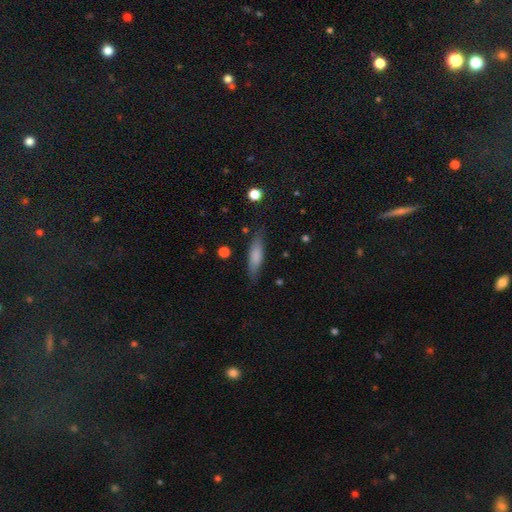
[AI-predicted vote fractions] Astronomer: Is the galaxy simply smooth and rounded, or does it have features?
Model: smooth — 77%.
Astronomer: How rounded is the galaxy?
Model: cigar-shaped — 59% (runner-up: in between, 39%).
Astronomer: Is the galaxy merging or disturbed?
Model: none — 80%.